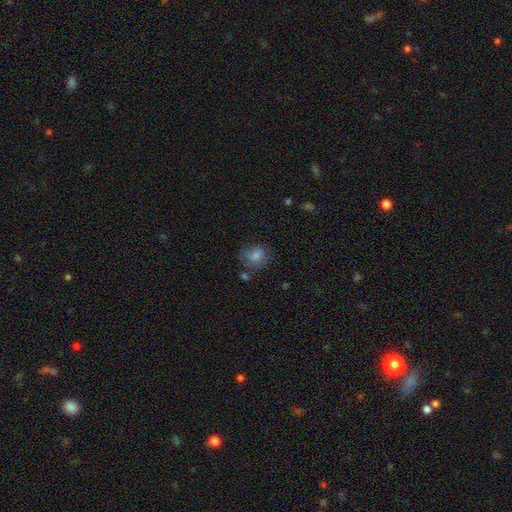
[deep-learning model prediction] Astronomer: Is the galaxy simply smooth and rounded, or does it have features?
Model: smooth — 55%.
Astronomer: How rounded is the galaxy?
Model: round — 65%.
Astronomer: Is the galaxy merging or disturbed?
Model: none — 66%.